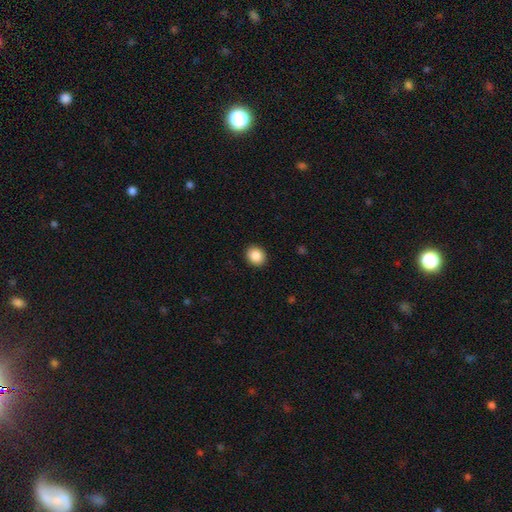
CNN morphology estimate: A smooth galaxy with no disk features (88%) that is round (68%). Merging: none (92%).